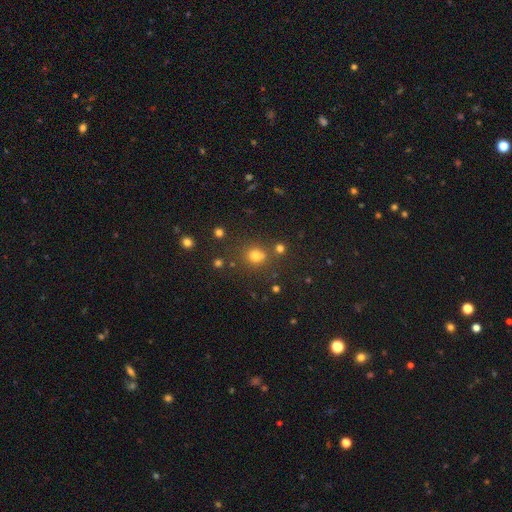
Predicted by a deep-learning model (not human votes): A smooth galaxy with no disk features (73%) that is round (77%).

Vote fractions:
- Smooth or featured? smooth: 73% / star or artifact: 19% / featured or disk: 8%
- How rounded? round: 77% / in between: 22% / cigar-shaped: 1%
- Merging? none: 68% / merger: 15% / minor disturbance: 12% / major disturbance: 5%